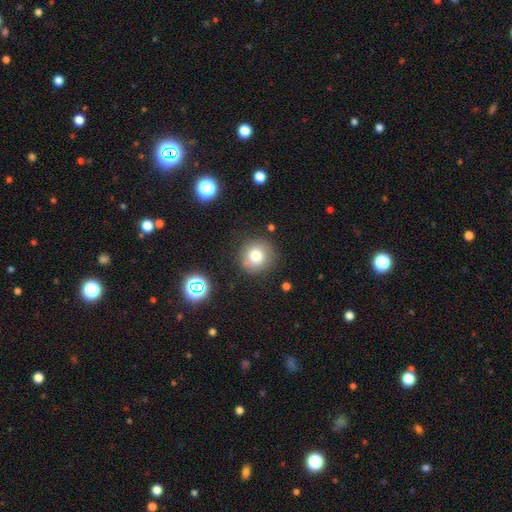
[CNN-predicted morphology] This appears to be a smooth galaxy with no disk features (76%) that is round (93%). Merging: none (84%).